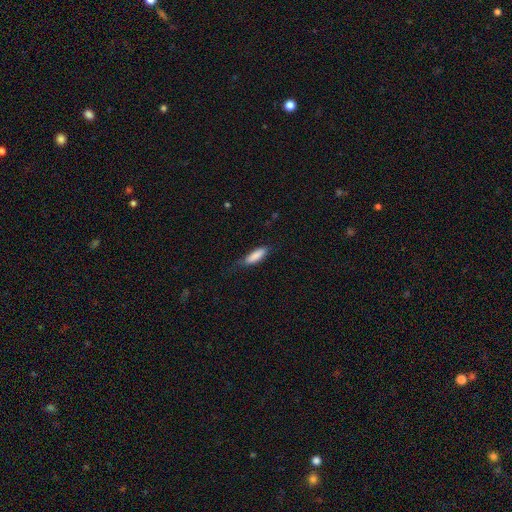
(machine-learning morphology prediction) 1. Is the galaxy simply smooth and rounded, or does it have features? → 86% smooth, 8% featured or disk, 6% star or artifact.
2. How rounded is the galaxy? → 52% cigar-shaped, 46% in between, 2% round.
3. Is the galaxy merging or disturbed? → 65% none, 27% minor disturbance, 7% major disturbance, 1% merger.